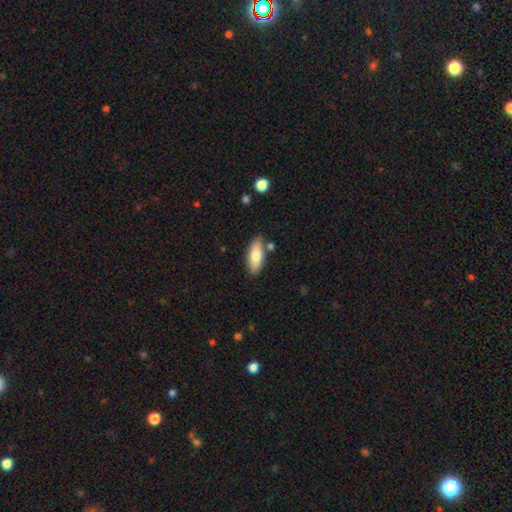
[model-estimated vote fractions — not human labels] This is likely a smooth galaxy (77%). How rounded: likely in between (77%). Merging: likely none (80%).